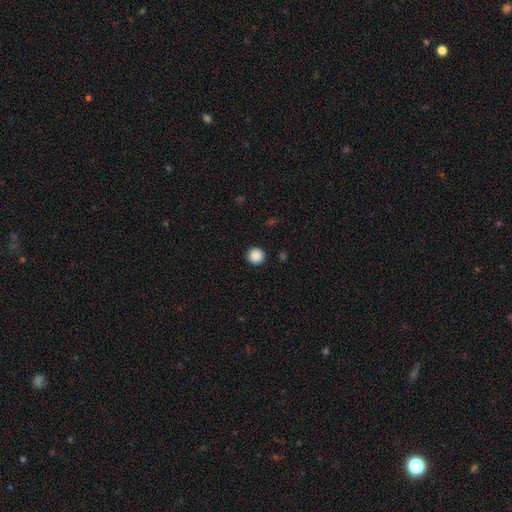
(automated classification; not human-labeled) The model was most divided on "smooth or featured": smooth: 88%, star or artifact: 9%, featured or disk: 2%. More confident: how rounded — round (95%); merging — none (92%).